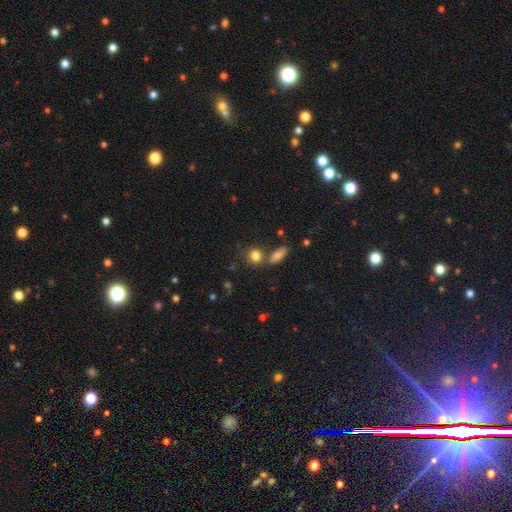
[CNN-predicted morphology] Smooth or featured? smooth (82%)
How rounded? round (71%)
Merging? none (63%)